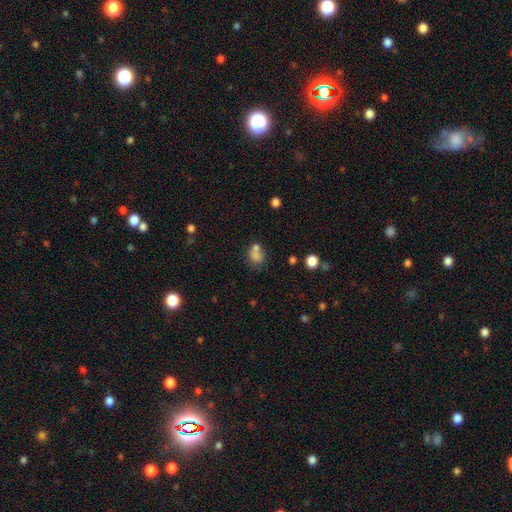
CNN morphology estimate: This is likely a smooth galaxy (74%). How rounded: possibly round (51%). Merging: marginally merger (43%).